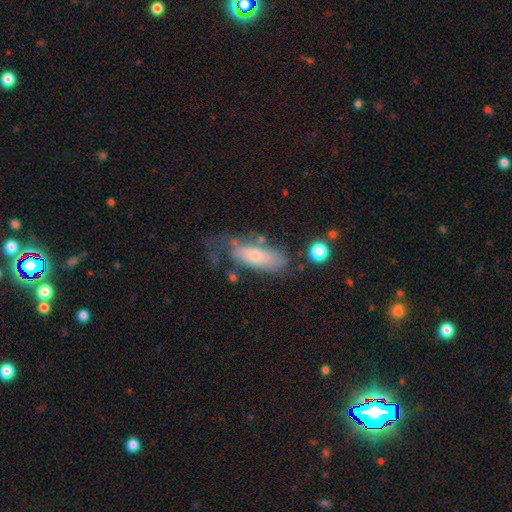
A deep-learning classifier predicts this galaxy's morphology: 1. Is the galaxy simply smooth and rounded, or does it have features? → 54% smooth, 39% featured or disk, 7% star or artifact.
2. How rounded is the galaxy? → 74% in between, 23% cigar-shaped, 3% round.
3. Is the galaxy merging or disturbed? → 34% none, 31% major disturbance, 28% minor disturbance, 7% merger.